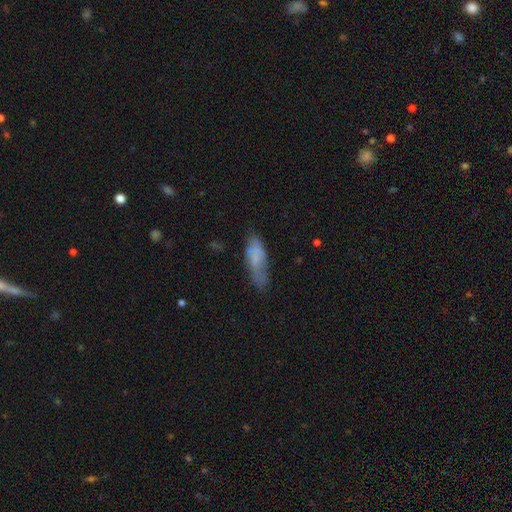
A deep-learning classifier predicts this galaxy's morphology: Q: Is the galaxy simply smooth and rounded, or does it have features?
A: smooth — 65%.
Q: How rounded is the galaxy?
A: in between — 53%.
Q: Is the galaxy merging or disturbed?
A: none — 58%.